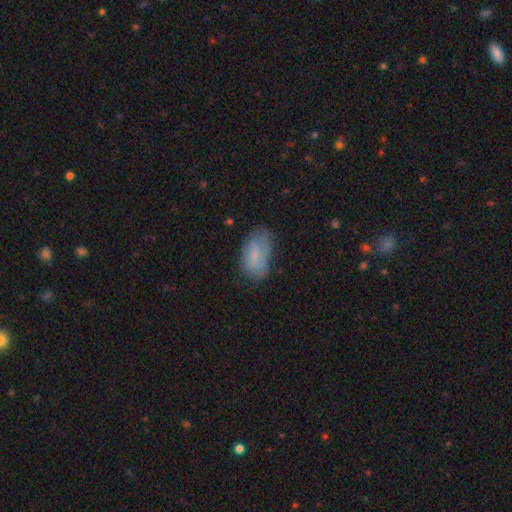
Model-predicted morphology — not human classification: Overall: smooth (74%). How rounded: in between (93%). Merging: none (58%; minor disturbance 31%).